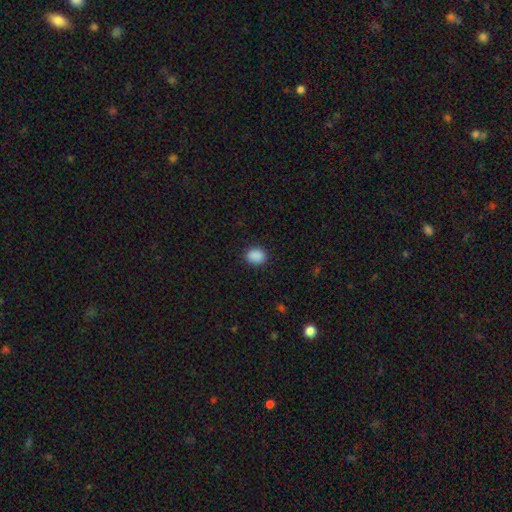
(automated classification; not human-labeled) This appears to be a smooth galaxy with no disk features (89%) that is round (53%). Merging: none (89%).